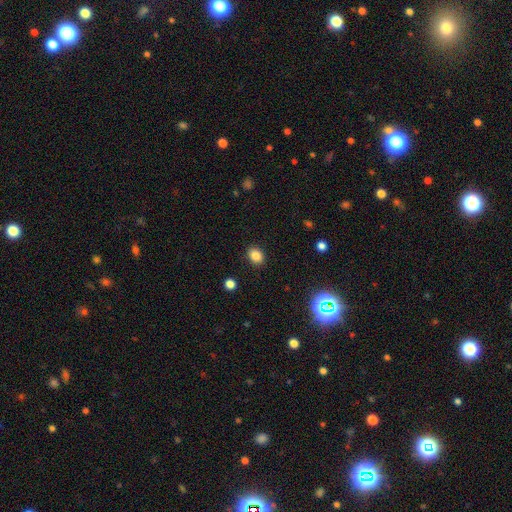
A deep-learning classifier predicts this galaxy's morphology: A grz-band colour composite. It shows a smooth galaxy with no disk features (84%) that is in between round and cigar-shaped (52%). Merging: none (89%).